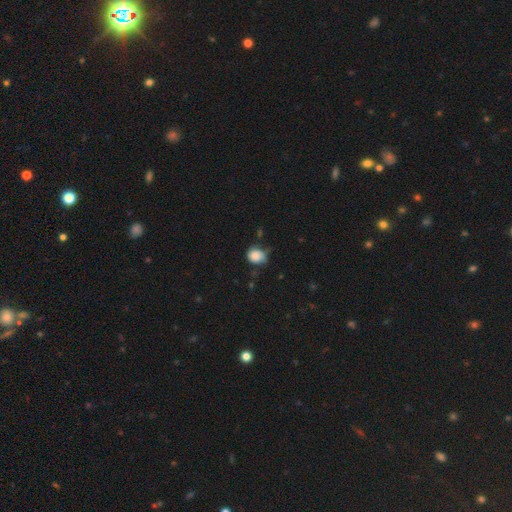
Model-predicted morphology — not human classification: type=smooth (83%); roundness=round (67%); merging=none (51%).